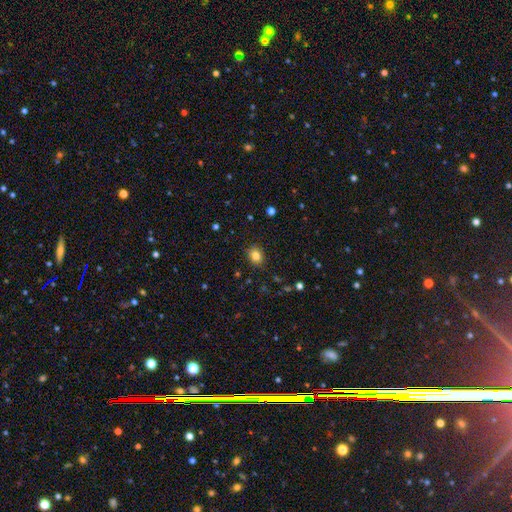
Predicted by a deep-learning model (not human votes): Smooth or featured? smooth (83%)
How rounded? round (50%)
Merging? none (89%)